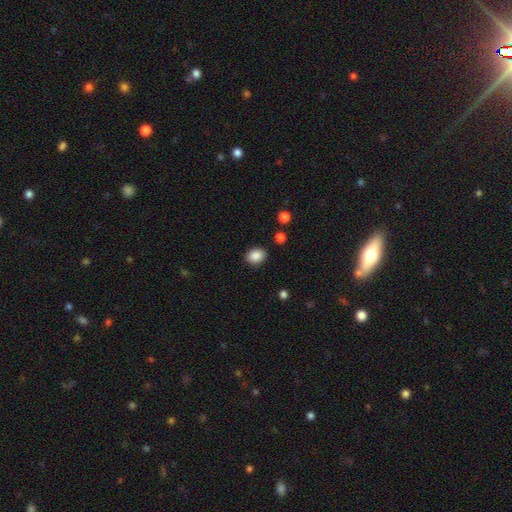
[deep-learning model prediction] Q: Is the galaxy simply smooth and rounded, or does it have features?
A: smooth — 88%.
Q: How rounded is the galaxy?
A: in between — 62%.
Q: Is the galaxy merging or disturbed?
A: none — 86%.